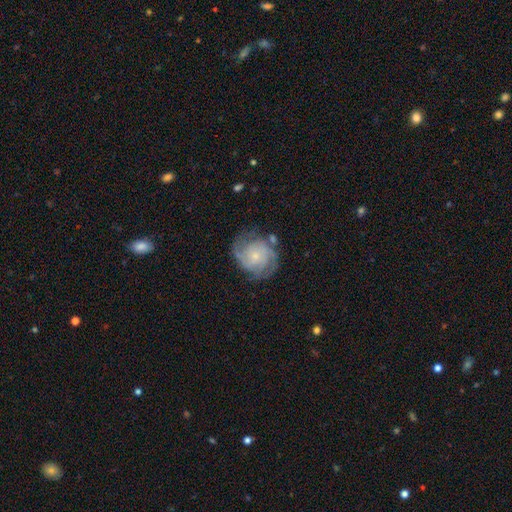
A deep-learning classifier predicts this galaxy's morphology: Smooth or featured? featured or disk (79%)
Edge-on disk? no (98%)
Bar? no (76%)
Spiral arms? yes (94%)
Spiral winding? tight (49%)
Spiral arm count? 2 (34%)
Bulge size? small (76%)
Merging? none (68%)